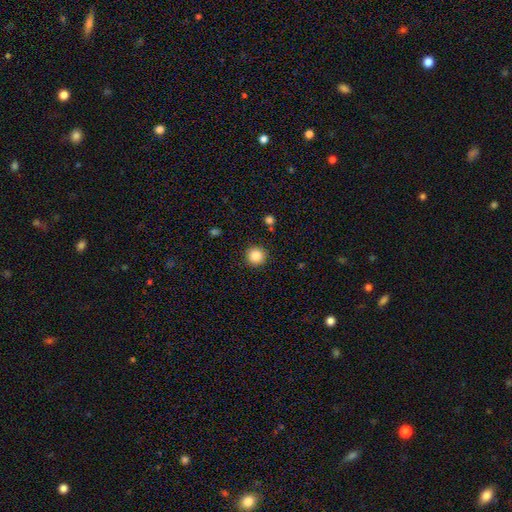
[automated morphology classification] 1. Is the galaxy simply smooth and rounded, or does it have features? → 86% smooth, 10% star or artifact, 4% featured or disk.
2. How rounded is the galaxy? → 95% round, 4% in between, 1% cigar-shaped.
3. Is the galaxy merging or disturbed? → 91% none, 6% minor disturbance, 2% major disturbance, 1% merger.